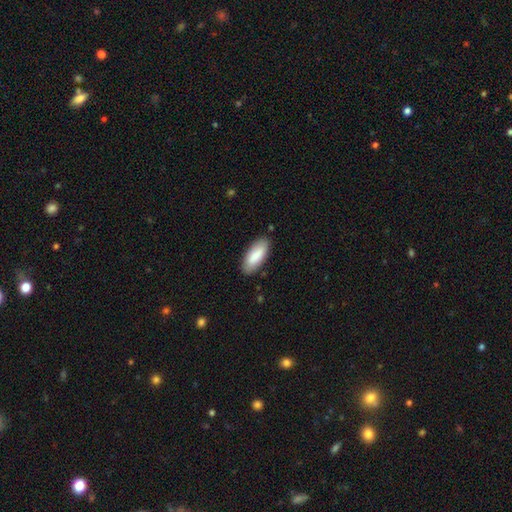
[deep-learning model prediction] Overall: smooth (83%). How rounded: in between (78%). Merging: none (85%).